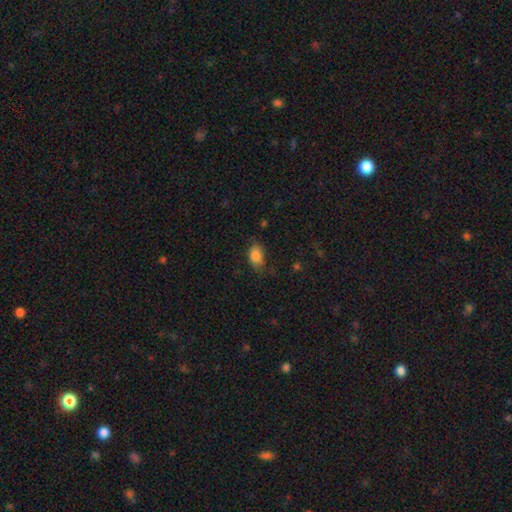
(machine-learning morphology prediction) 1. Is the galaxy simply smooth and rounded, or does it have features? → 83% smooth, 8% star or artifact, 8% featured or disk.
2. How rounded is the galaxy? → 87% in between, 11% round, 2% cigar-shaped.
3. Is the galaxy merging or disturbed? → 64% none, 26% minor disturbance, 9% major disturbance, 1% merger.